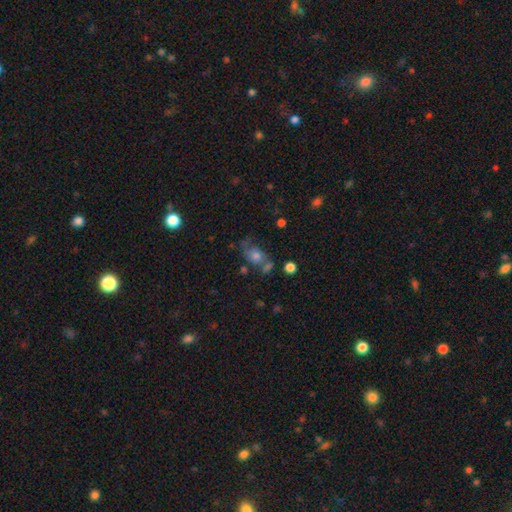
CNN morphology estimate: Smooth or featured?
  - smooth: 51% *
  - featured or disk: 34%
  - star or artifact: 15%
How rounded?
  - in between: 63% *
  - round: 34%
  - cigar-shaped: 3%
Merging?
  - none: 41% *
  - minor disturbance: 23%
  - major disturbance: 20%
  - merger: 16%